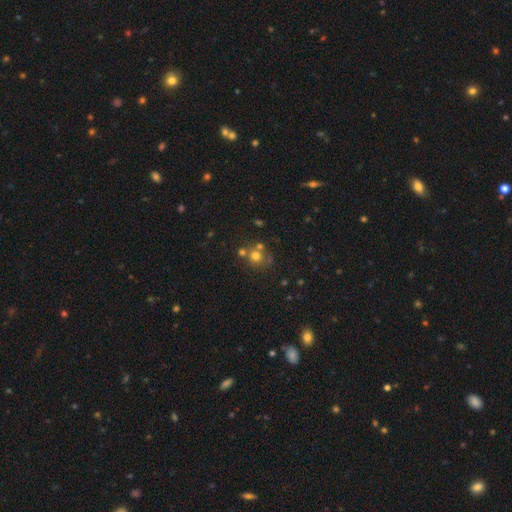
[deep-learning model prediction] Overall: smooth (66%). How rounded: round (85%). Merging: none (54%; merger 31%).